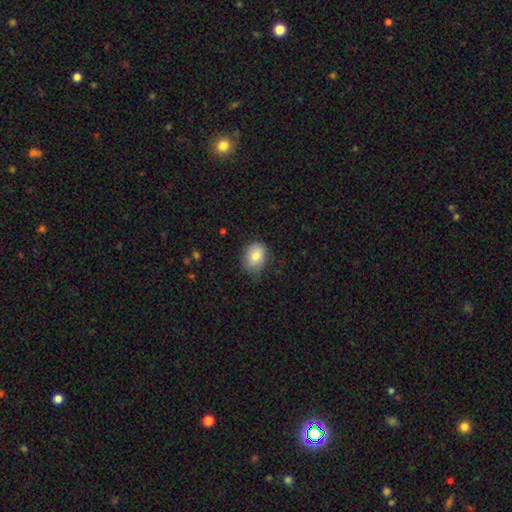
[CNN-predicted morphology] Smooth or featured? Predicted: smooth (p=0.83). How rounded? Predicted: in between (p=0.66). Merging? Predicted: none (p=0.66).